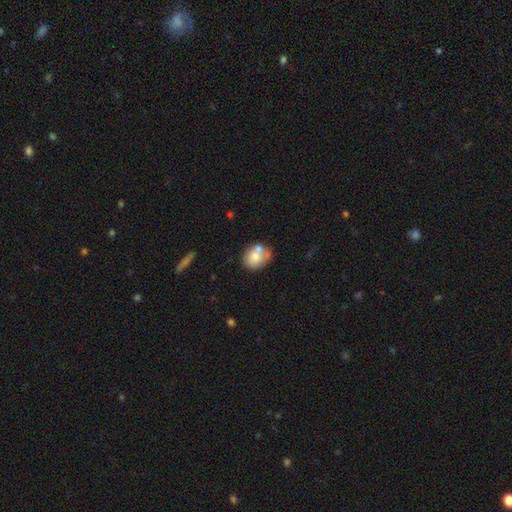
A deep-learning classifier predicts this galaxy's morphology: Overall: smooth (70%). How rounded: round (50%; in between 49%). Merging: none (48%; merger 27%).